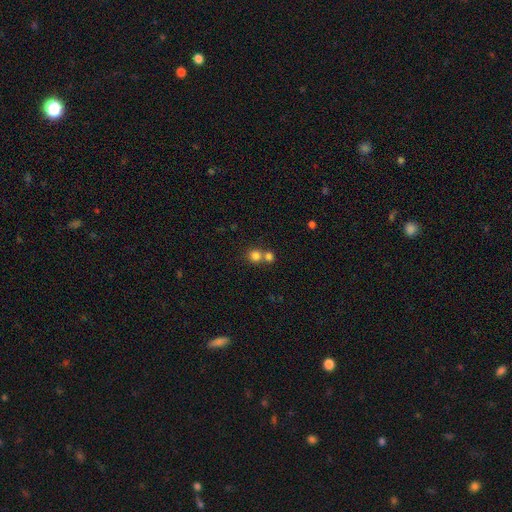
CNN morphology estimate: smooth_or_featured: smooth (p=0.80) [alt: star or artifact p=0.12]
how_rounded: round (p=0.88) [alt: in between p=0.12]
merging: none (p=0.48) [alt: merger p=0.44]